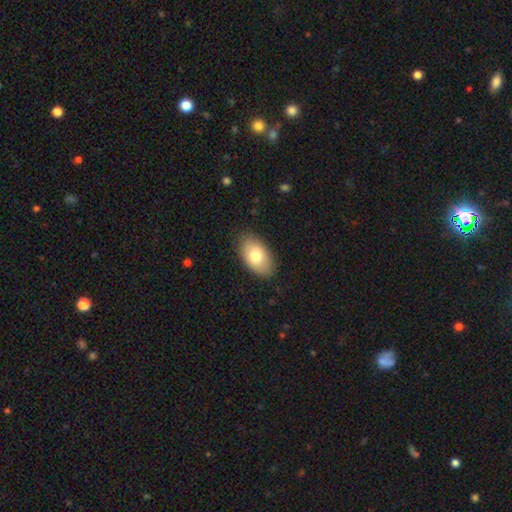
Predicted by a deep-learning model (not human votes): Overall: smooth (77%). How rounded: in between (93%). Merging: none (84%).